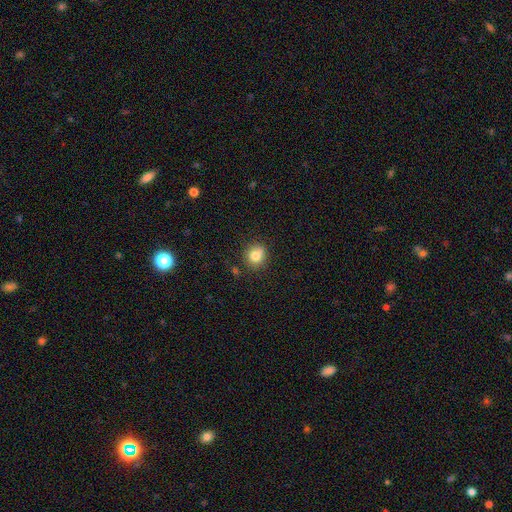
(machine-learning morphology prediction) smooth_or_featured: smooth (p=0.79) [alt: star or artifact p=0.11]
how_rounded: round (p=0.82) [alt: in between p=0.17]
merging: none (p=0.75) [alt: minor disturbance p=0.15]